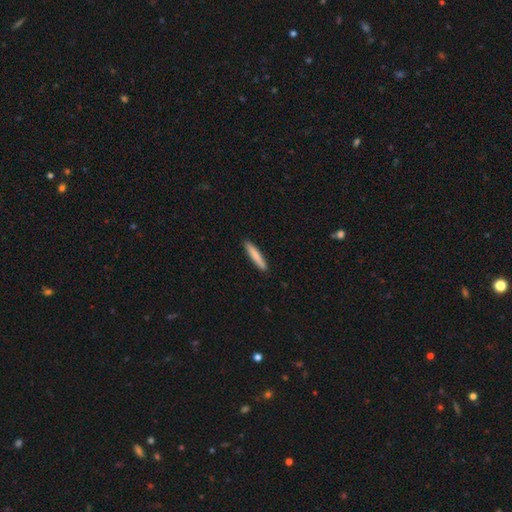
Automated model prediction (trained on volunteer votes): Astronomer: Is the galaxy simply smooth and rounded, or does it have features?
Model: smooth — 82%.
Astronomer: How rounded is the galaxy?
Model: cigar-shaped — 92%.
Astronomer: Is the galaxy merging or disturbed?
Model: none — 91%.